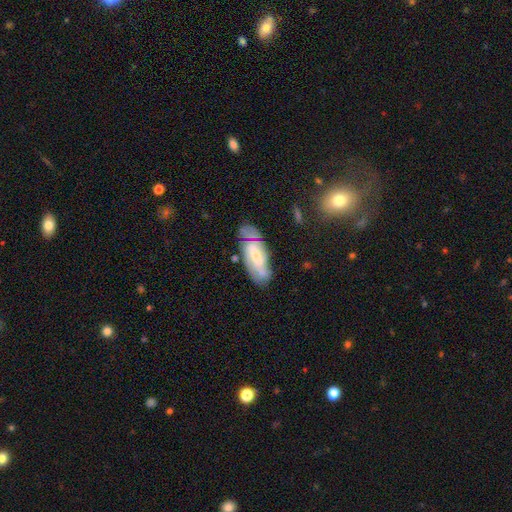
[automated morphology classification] Smooth or featured?
  - featured or disk: 59% *
  - smooth: 33%
  - star or artifact: 8%
Edge-on disk?
  - no: 86% *
  - yes: 14%
Bar?
  - weak: 42% *
  - no: 32%
  - strong: 26%
Spiral arms?
  - yes: 72% *
  - no: 28%
Bulge size?
  - small: 51% *
  - moderate: 35%
  - none: 8%
  - large: 5%
  - dominant: 1%
Merging?
  - none: 60% *
  - minor disturbance: 24%
  - major disturbance: 9%
  - merger: 6%